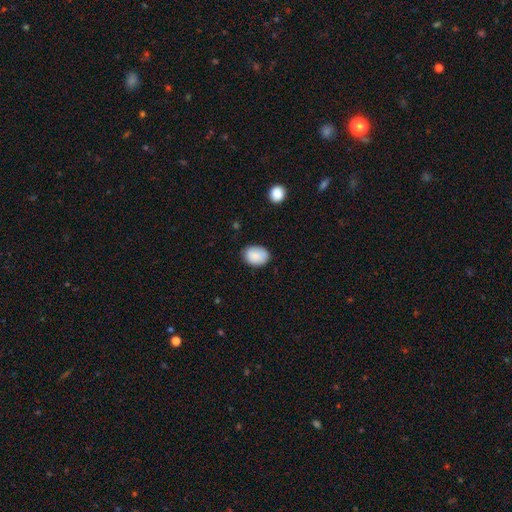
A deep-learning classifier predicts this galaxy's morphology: Overall: smooth (88%). How rounded: in between (75%). Merging: none (80%).